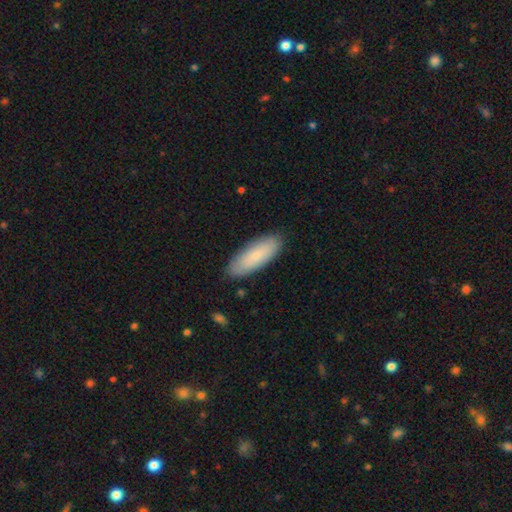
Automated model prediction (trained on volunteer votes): Smooth or featured? smooth (78%)
How rounded? in between (66%)
Merging? none (87%)